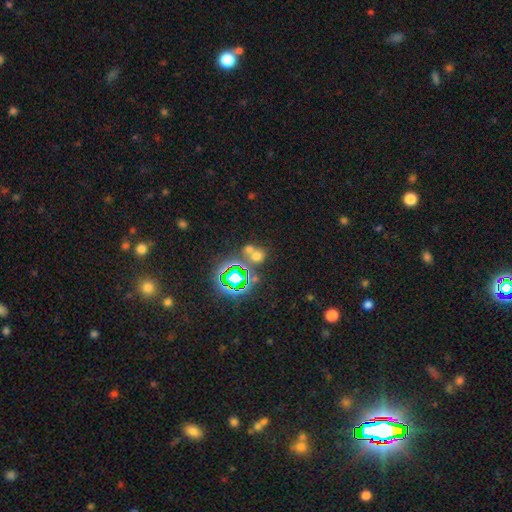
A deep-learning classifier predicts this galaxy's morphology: Smooth or featured? smooth (50%)
Merging? none (50%)